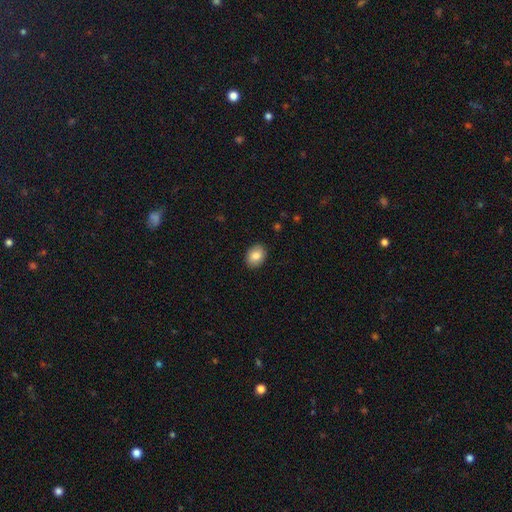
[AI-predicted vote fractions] Overall: smooth (85%). How rounded: in between (66%; round 33%). Merging: none (90%).